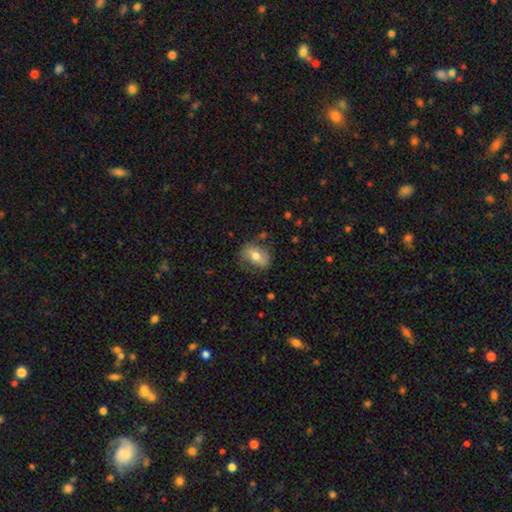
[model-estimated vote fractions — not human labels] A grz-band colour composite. It shows a smooth galaxy with no disk features (56%) that is in between round and cigar-shaped (75%). Merging: none (69%).